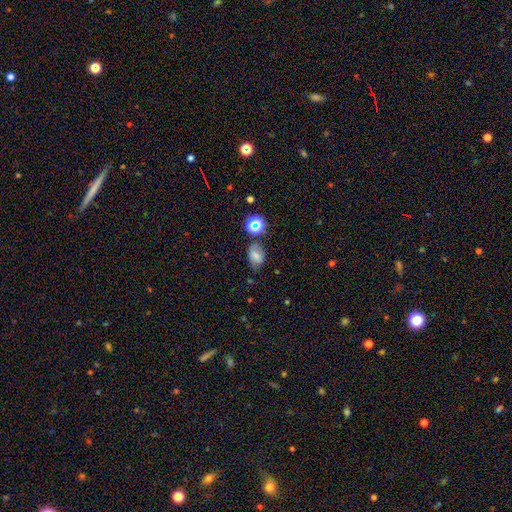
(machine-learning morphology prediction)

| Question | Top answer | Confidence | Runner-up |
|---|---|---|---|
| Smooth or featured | smooth | 64% | featured or disk (18%) |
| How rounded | in between | 74% | round (25%) |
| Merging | none | 66% | minor disturbance (22%) |